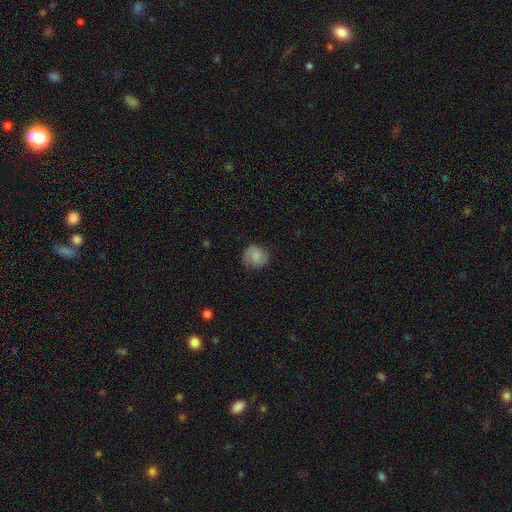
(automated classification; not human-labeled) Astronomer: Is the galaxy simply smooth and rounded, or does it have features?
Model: smooth — 54% (runner-up: featured or disk, 38%).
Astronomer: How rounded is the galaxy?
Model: round — 77%.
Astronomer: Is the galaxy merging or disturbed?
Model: none — 71%.